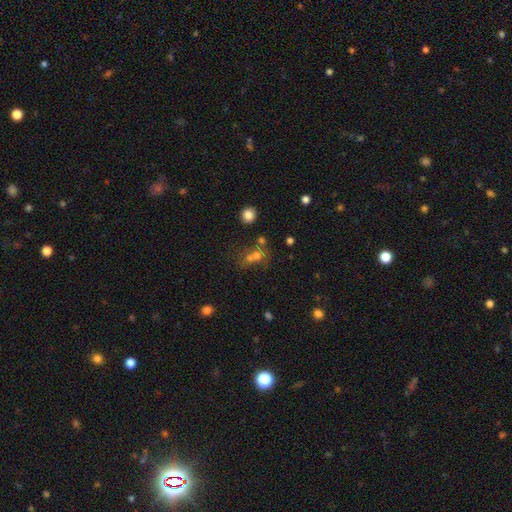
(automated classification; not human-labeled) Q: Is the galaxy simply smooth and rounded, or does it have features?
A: smooth — 55%.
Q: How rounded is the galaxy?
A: round — 67%.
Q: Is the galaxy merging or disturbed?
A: merger — 46%.